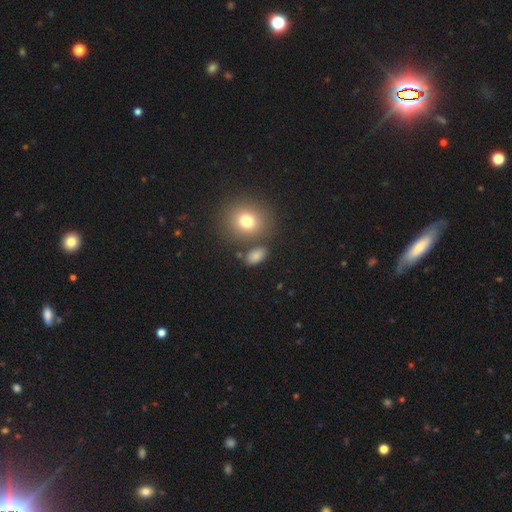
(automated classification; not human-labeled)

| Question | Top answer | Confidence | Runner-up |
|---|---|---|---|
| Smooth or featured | smooth | 81% | star or artifact (12%) |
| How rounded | in between | 79% | round (18%) |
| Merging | none | 73% | minor disturbance (13%) |